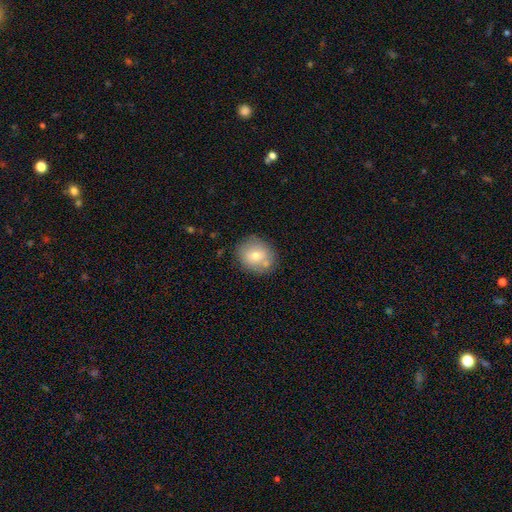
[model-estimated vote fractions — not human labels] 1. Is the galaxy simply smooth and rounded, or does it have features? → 70% smooth, 21% featured or disk, 9% star or artifact.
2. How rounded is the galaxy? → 73% round, 25% in between, 1% cigar-shaped.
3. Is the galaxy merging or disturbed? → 75% none, 14% minor disturbance, 8% merger, 3% major disturbance.